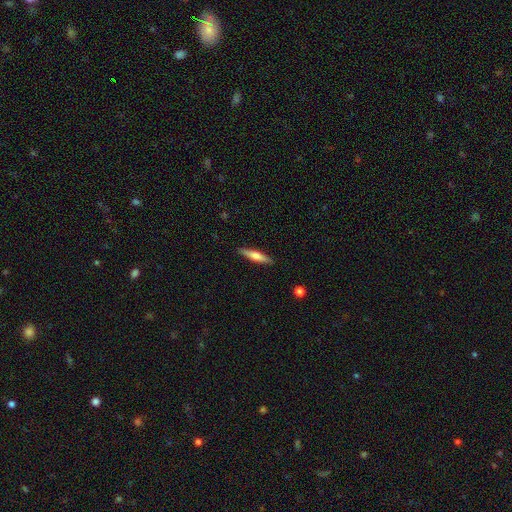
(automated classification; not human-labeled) smooth 53%, featured or disk 41%, star or artifact 6%. Down the decision tree: how rounded — cigar-shaped (85%); merging — none (90%).